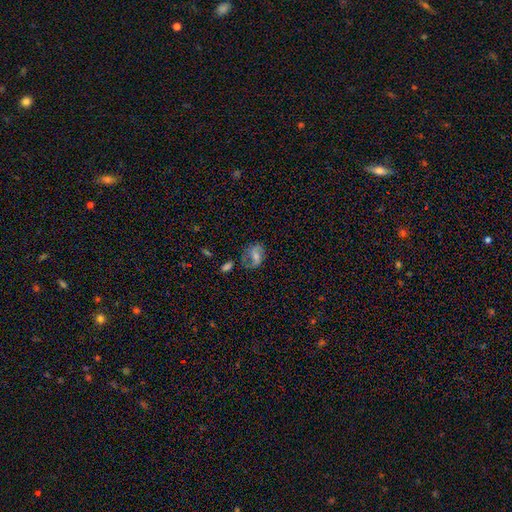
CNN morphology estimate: This is possibly a featured or disk galaxy (56%). It is clearly not viewed edge-on (96%). Bar: marginally weak (43%). Spiral arm pattern: likely yes (77%). Central bulge: possibly moderate (49%). Merging: possibly none (55%).